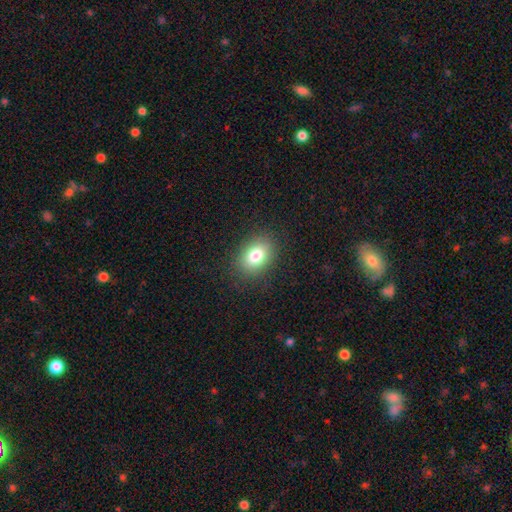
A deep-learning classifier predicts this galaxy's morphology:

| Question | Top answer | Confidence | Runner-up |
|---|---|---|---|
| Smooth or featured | smooth | 80% | star or artifact (11%) |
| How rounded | in between | 70% | round (29%) |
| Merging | none | 87% | minor disturbance (9%) |